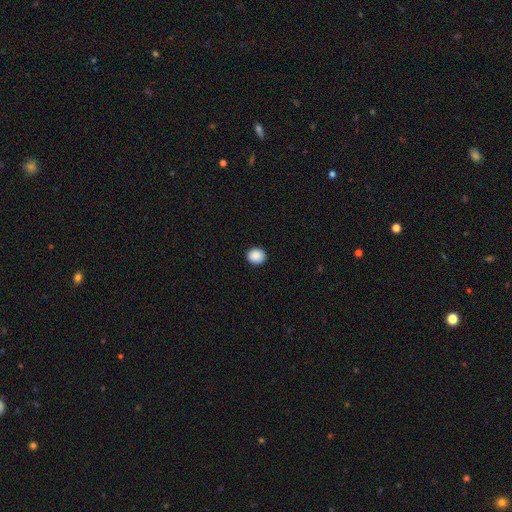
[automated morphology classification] Smooth or featured? Predicted: smooth (p=0.90). How rounded? Predicted: round (p=0.80). Merging? Predicted: none (p=0.92).